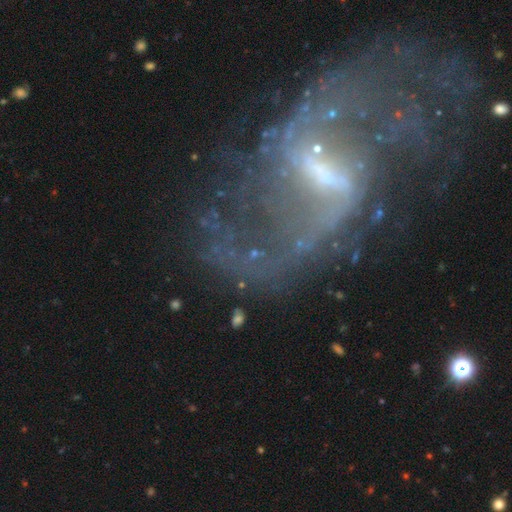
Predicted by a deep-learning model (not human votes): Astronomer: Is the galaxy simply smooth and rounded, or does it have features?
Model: featured or disk — 85%.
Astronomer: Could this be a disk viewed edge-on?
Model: no — 96%.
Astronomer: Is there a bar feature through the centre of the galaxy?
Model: strong — 50% (runner-up: weak, 38%).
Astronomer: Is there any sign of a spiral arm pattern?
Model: yes — 86%.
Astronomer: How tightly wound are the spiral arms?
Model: loose — 69%.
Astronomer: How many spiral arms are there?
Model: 2 — 83%.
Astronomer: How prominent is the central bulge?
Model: small — 46% (runner-up: none, 25%).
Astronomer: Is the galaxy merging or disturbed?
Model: none — 50% (runner-up: major disturbance, 27%).